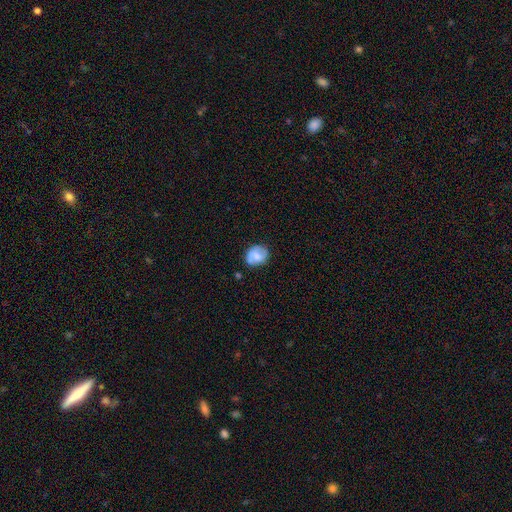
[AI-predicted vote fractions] Morphology: type=smooth (55%); roundness=round (56%); merging=none (73%).